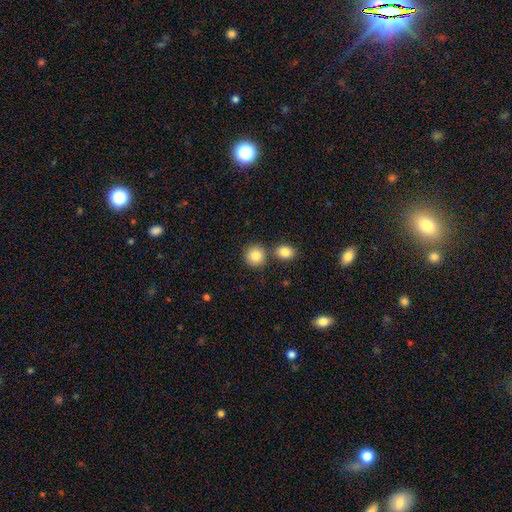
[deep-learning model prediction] Smooth or featured: smooth — 85% (star or artifact — 9%)
How rounded: round — 89% (in between — 10%)
Merging: none — 73% (merger — 17%)